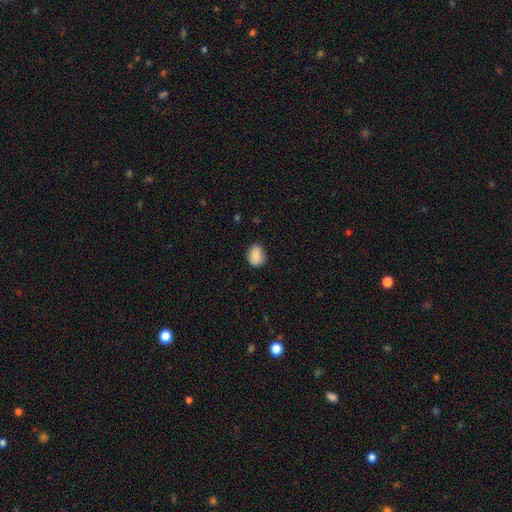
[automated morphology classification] This is clearly a smooth galaxy (86%). How rounded: possibly round (49%, tied with in between). Merging: clearly none (82%).